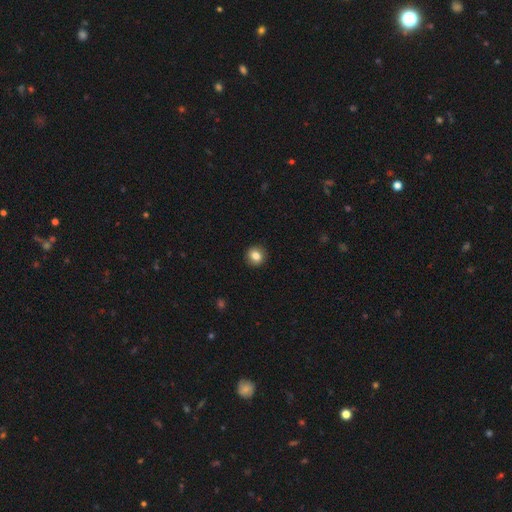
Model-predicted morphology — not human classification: type=smooth (83%); roundness=round (87%); merging=none (92%).